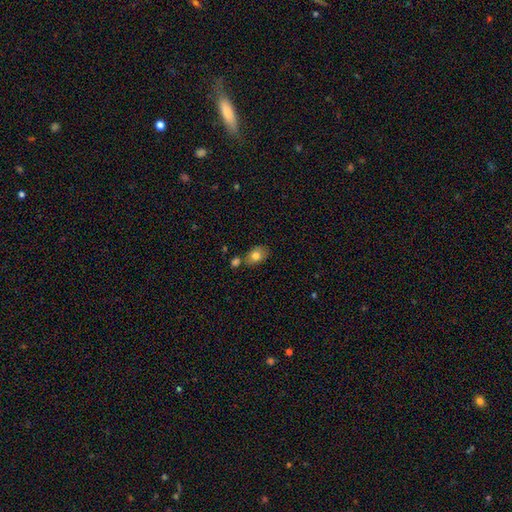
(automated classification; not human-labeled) The model was most divided on "how rounded": in between: 70%, round: 29%, cigar-shaped: 1%. More confident: smooth or featured — smooth (78%); merging — none (62%).